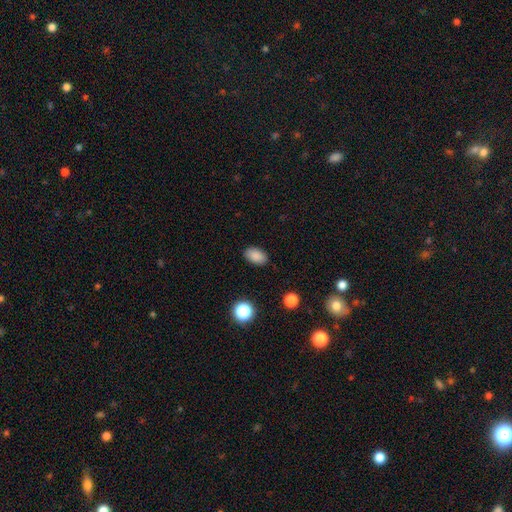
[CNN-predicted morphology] smooth 86%, star or artifact 10%, featured or disk 4%. Down the decision tree: how rounded — in between (90%); merging — none (88%).